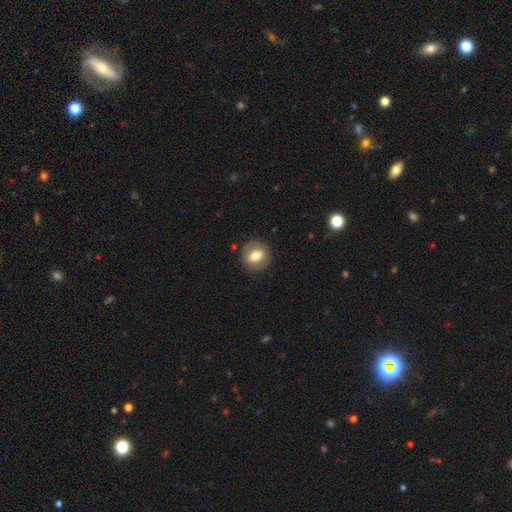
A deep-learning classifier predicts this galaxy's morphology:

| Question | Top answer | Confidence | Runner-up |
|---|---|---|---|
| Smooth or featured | smooth | 68% | featured or disk (24%) |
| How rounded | round | 72% | in between (27%) |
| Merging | none | 85% | minor disturbance (10%) |